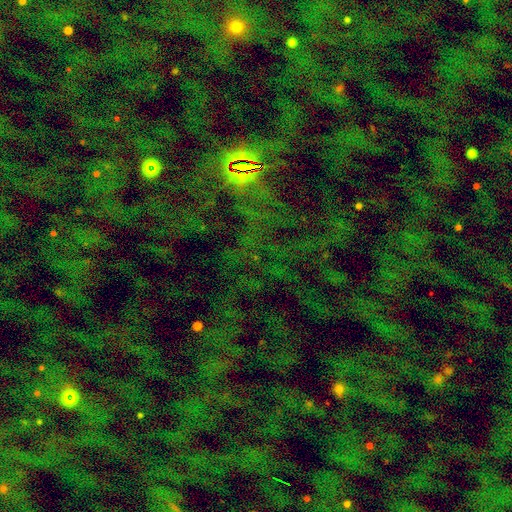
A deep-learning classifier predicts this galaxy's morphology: smooth_or_featured: star or artifact (p=0.71) [alt: smooth p=0.20]